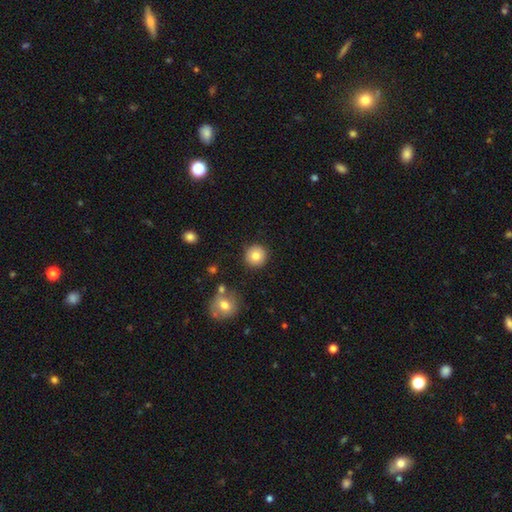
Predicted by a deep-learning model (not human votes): Morphology: type=smooth (82%); roundness=round (95%); merging=none (90%).